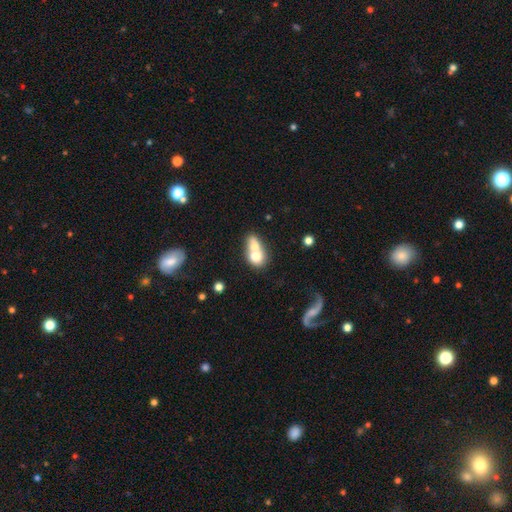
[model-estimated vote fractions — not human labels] A smooth galaxy with no disk features (68%) that is in between round and cigar-shaped (51%). Merging: merger (72%).